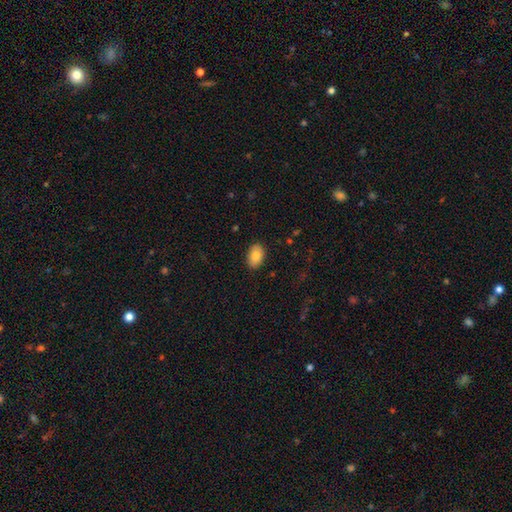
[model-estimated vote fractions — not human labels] The model was most divided on "smooth or featured": smooth: 82%, featured or disk: 10%, star or artifact: 7%. More confident: how rounded — in between (88%); merging — none (86%).